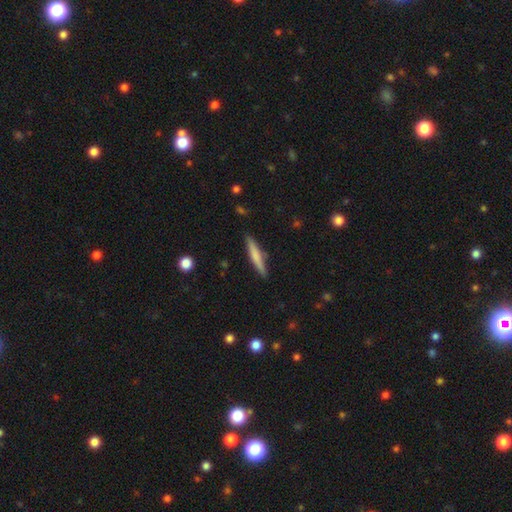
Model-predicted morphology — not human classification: Q: Smooth or featured?
A: smooth (64%); runner-up: featured or disk (30%)
Q: How rounded?
A: cigar-shaped (93%); runner-up: in between (6%)
Q: Merging?
A: none (88%); runner-up: minor disturbance (9%)